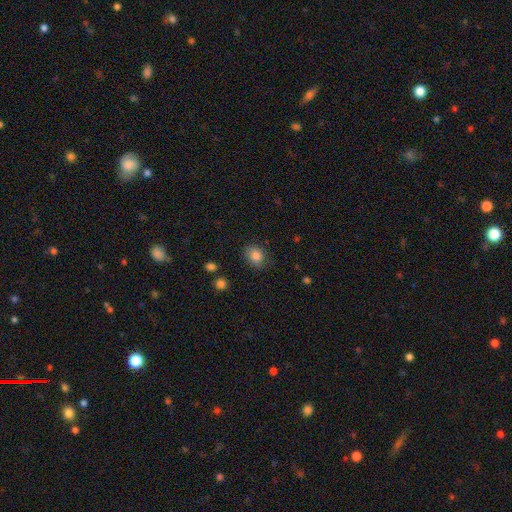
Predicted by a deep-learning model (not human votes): This is clearly a smooth galaxy (83%). How rounded: possibly round (50%). Merging: likely none (79%).